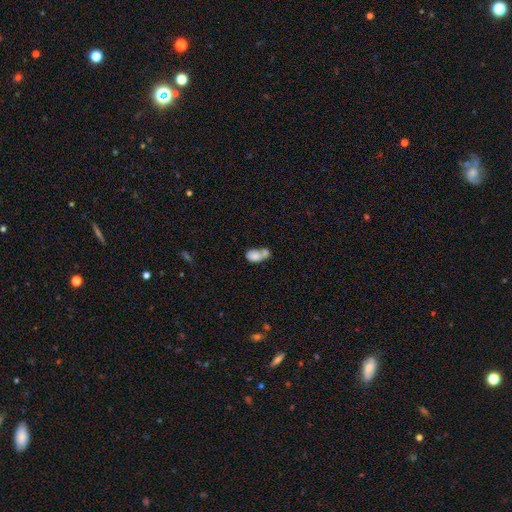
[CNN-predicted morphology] Smooth or featured? smooth (78%)
How rounded? in between (83%)
Merging? merger (62%)